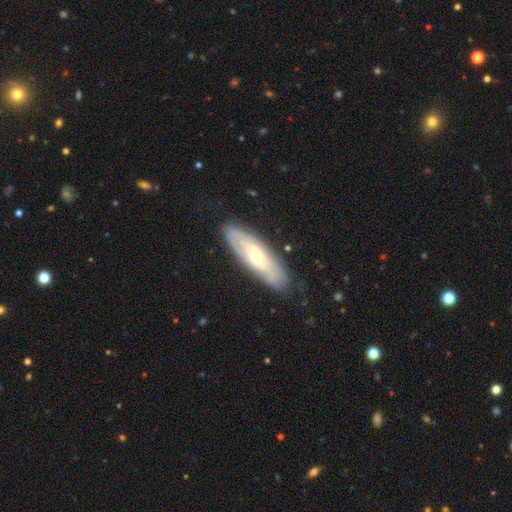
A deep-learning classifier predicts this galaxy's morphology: The model was most divided on "smooth or featured": featured or disk: 60%, smooth: 34%, star or artifact: 6%. More confident: merging — none (83%); edge-on disk — no (69%).